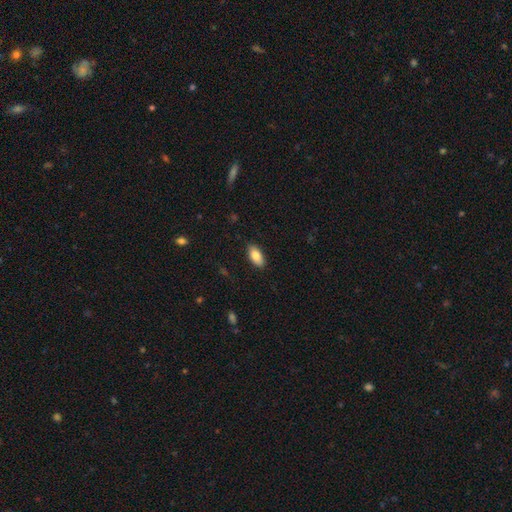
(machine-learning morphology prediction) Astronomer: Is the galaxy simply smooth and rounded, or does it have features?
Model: smooth — 82%.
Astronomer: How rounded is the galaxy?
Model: in between — 89%.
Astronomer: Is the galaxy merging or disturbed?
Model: none — 88%.